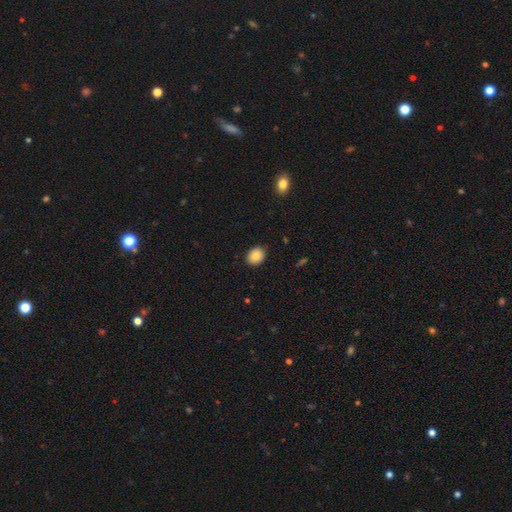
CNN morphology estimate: type=smooth (85%); roundness=round (52%); merging=none (89%).